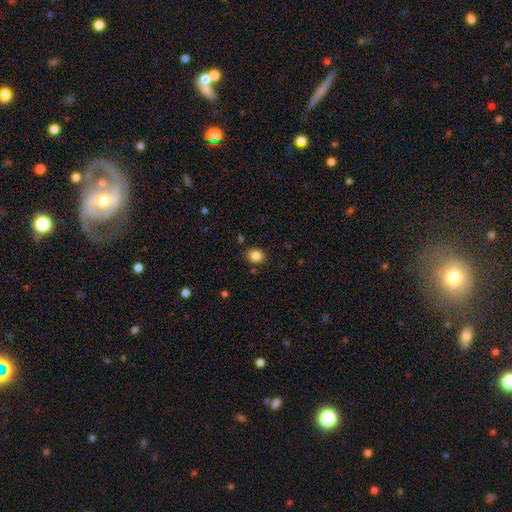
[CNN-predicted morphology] Q: Smooth or featured?
A: smooth (85%); runner-up: star or artifact (10%)
Q: How rounded?
A: round (58%); runner-up: in between (41%)
Q: Merging?
A: none (85%); runner-up: minor disturbance (10%)